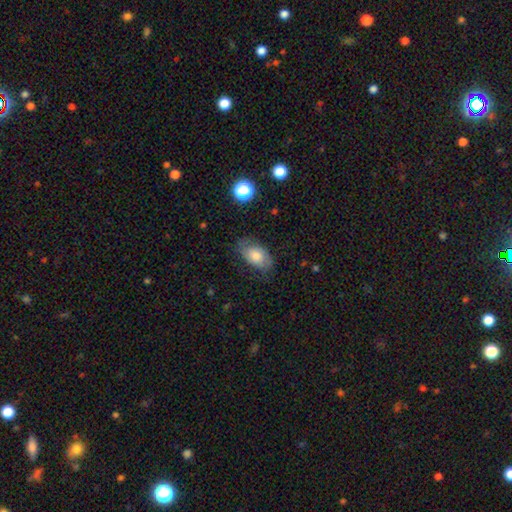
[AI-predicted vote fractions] Smooth or featured?
  - smooth: 68% *
  - featured or disk: 24%
  - star or artifact: 8%
How rounded?
  - in between: 90% *
  - round: 8%
  - cigar-shaped: 2%
Merging?
  - none: 70% *
  - minor disturbance: 21%
  - major disturbance: 8%
  - merger: 1%